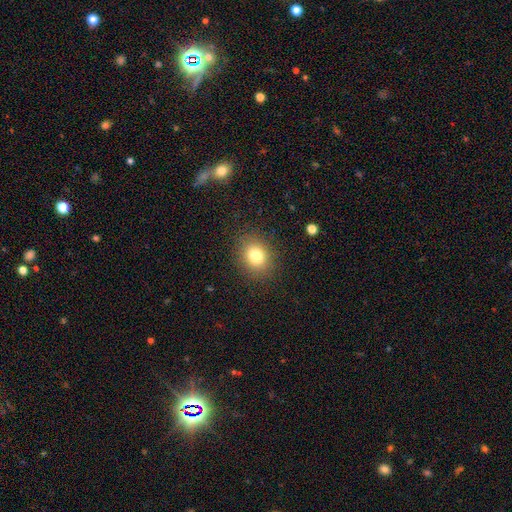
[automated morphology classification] type=smooth (79%); roundness=round (68%); merging=none (88%).